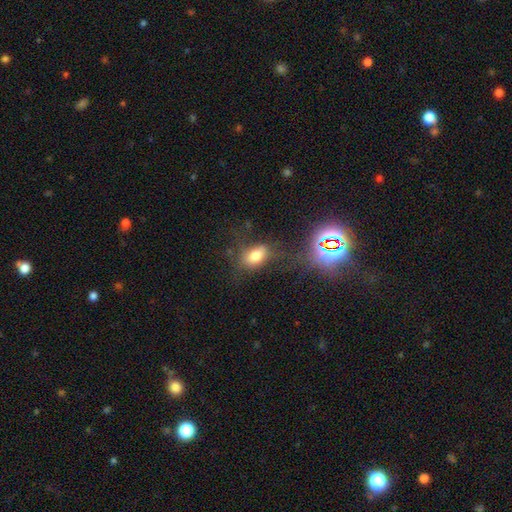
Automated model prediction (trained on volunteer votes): This is likely a smooth galaxy (71%). How rounded: clearly in between (80%). Merging: possibly none (59%).